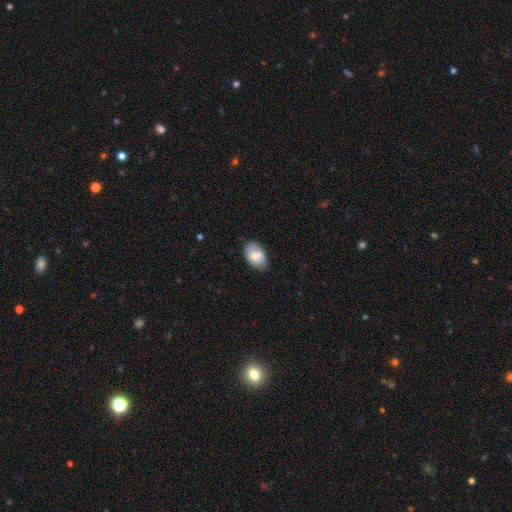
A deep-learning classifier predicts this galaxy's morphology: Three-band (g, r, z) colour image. It shows a smooth galaxy with no disk features (75%) that is in between round and cigar-shaped (91%). Merging: none (80%).